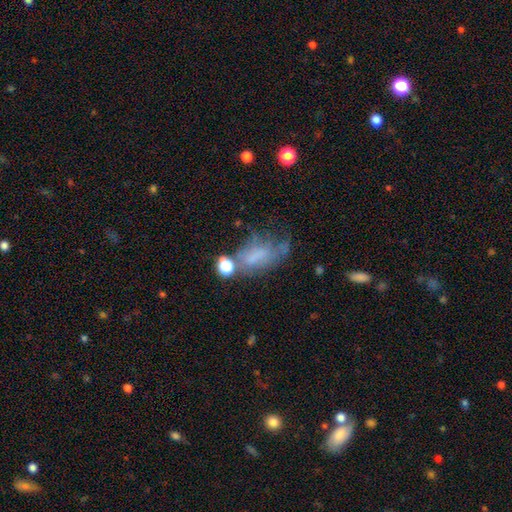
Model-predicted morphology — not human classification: Smooth or featured?
  - smooth: 48% *
  - featured or disk: 35%
  - star or artifact: 17%
Merging?
  - none: 34% *
  - major disturbance: 26%
  - minor disturbance: 25%
  - merger: 15%